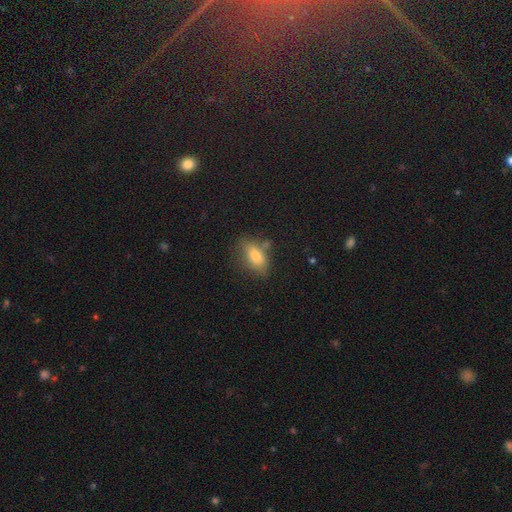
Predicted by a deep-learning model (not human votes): smooth-or-featured: smooth: 79% | featured or disk: 11% | star or artifact: 9%
  how-rounded: in between: 85% | cigar-shaped: 8% | round: 7%
  merging: none: 66% | minor disturbance: 21% | merger: 7% | major disturbance: 6%